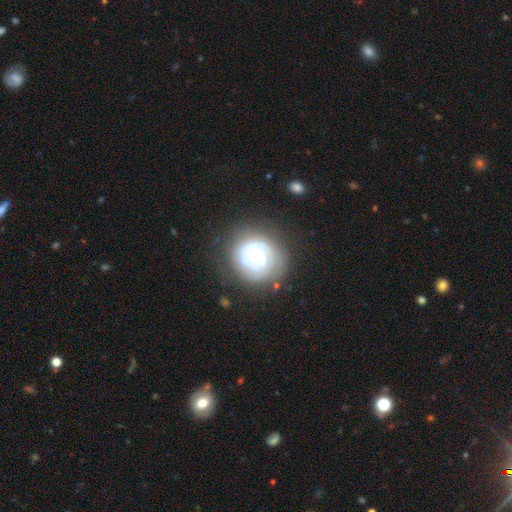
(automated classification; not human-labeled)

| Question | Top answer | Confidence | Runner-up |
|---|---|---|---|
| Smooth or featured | featured or disk | 72% | smooth (22%) |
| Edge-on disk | no | 97% | yes (3%) |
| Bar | no | 77% | weak (18%) |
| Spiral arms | yes | 70% | no (30%) |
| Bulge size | moderate | 59% | small (35%) |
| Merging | none | 72% | minor disturbance (17%) |